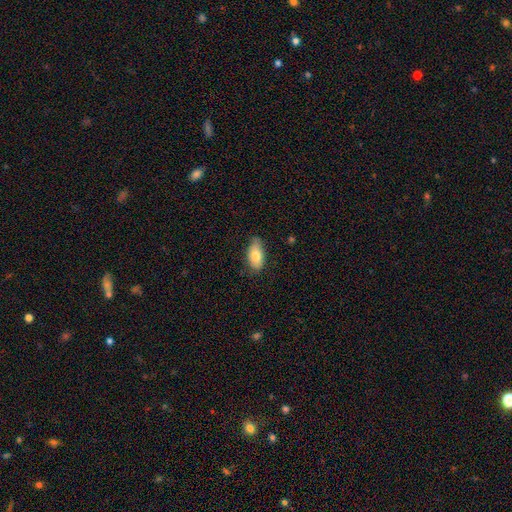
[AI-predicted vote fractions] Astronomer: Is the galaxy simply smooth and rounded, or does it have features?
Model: smooth — 77%.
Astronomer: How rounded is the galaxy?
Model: in between — 92%.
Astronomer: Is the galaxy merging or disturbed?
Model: none — 73%.